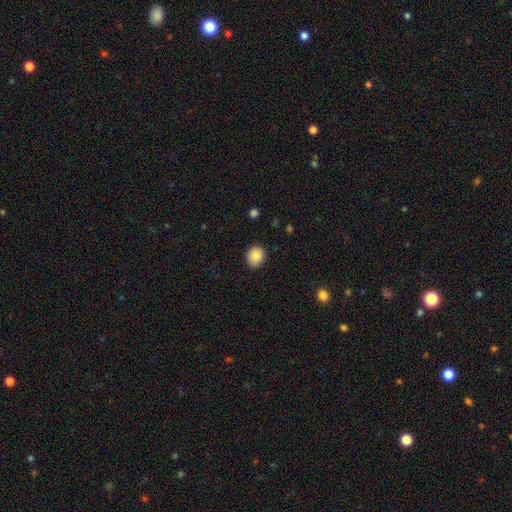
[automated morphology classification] smooth-or-featured: smooth: 84% | star or artifact: 8% | featured or disk: 7%
  how-rounded: round: 67% | in between: 32% | cigar-shaped: 1%
  merging: none: 89% | minor disturbance: 8% | major disturbance: 2% | merger: 1%